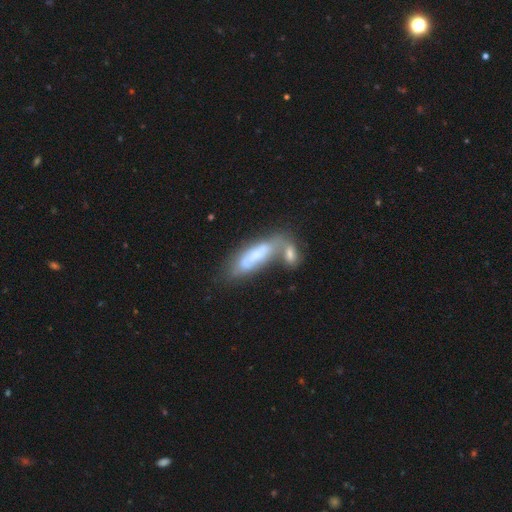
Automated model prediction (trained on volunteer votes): Smooth or featured? smooth (53%)
How rounded? in between (53%)
Merging? merger (60%)